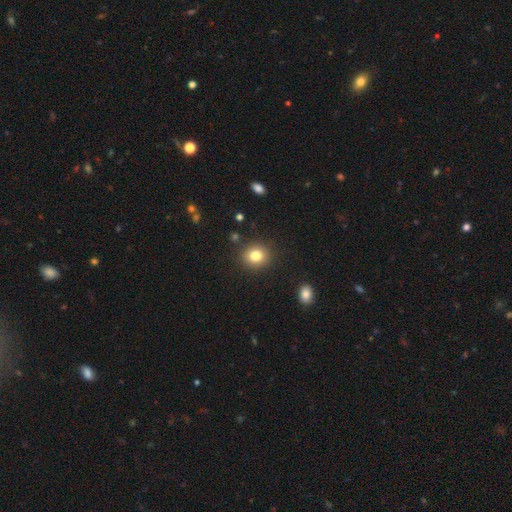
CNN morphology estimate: Q: Smooth or featured?
A: smooth (82%); runner-up: star or artifact (11%)
Q: How rounded?
A: round (80%); runner-up: in between (19%)
Q: Merging?
A: none (89%); runner-up: minor disturbance (7%)